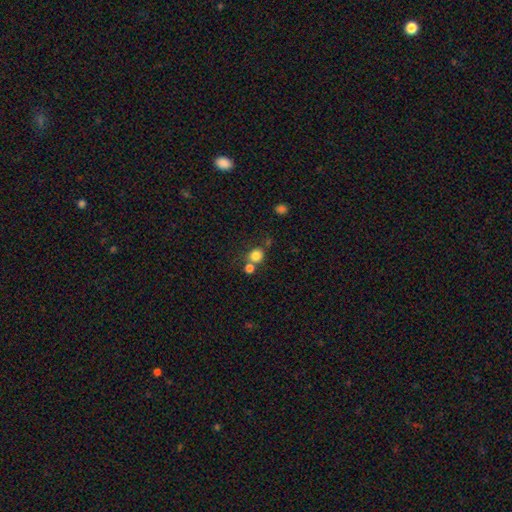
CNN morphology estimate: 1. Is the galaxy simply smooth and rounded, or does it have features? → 81% smooth, 12% star or artifact, 6% featured or disk.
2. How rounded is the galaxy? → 80% round, 19% in between, 1% cigar-shaped.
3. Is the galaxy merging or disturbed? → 59% none, 27% merger, 10% minor disturbance, 4% major disturbance.